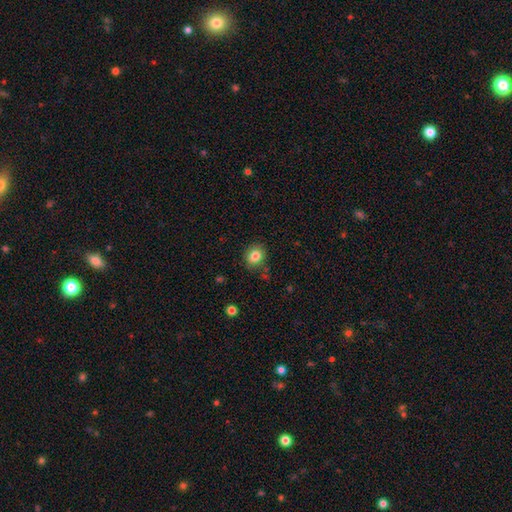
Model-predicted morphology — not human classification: Smooth or featured? smooth (83%)
How rounded? round (63%)
Merging? none (81%)